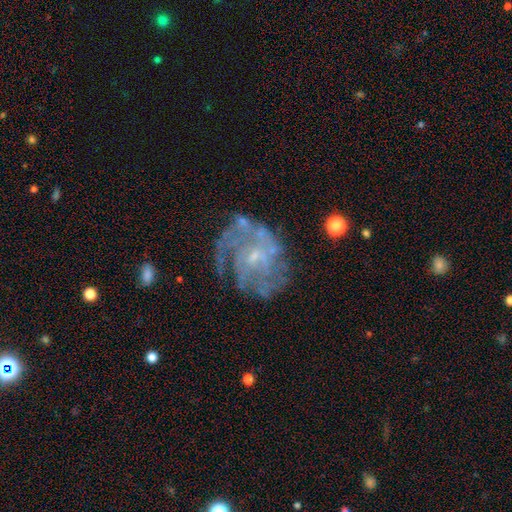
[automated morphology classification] type=featured or disk (79%); edge-on=no (98%); bar=no (63%); spiral arms=yes (79%); winding=tight (50%); arm count=can't tell (46%); bulge=small (69%); merging=none (60%).